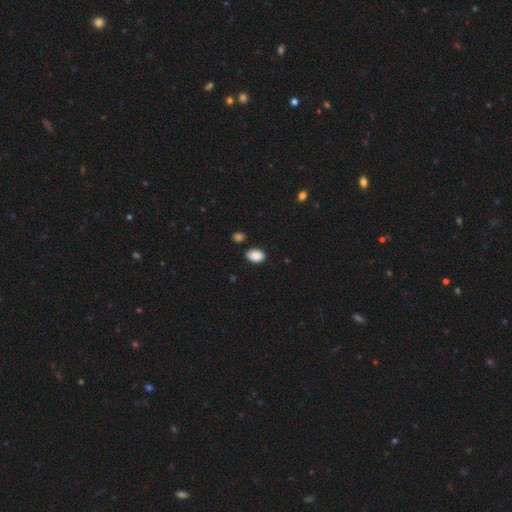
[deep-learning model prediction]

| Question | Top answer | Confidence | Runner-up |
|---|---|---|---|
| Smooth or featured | smooth | 89% | star or artifact (8%) |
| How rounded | in between | 85% | round (14%) |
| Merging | none | 84% | minor disturbance (11%) |